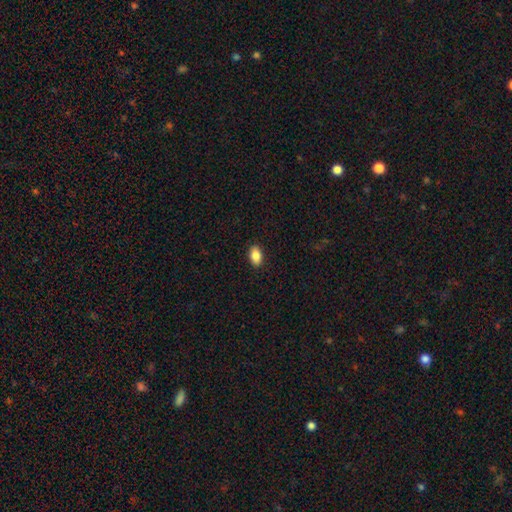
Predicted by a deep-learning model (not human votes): This is clearly a smooth galaxy (86%). How rounded: clearly in between (90%). Merging: clearly none (90%).